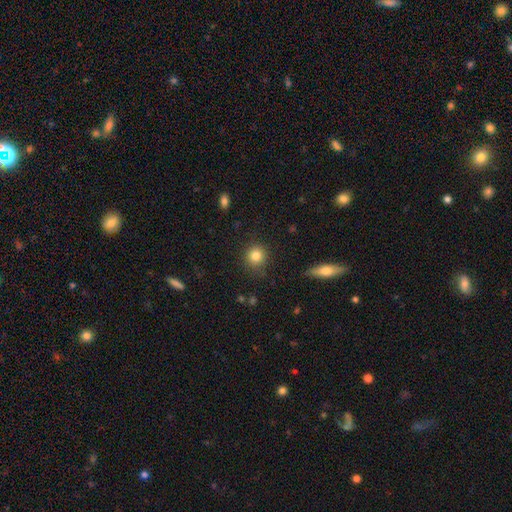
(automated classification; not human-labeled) Q: Smooth or featured?
A: smooth (84%); runner-up: star or artifact (10%)
Q: How rounded?
A: round (91%); runner-up: in between (8%)
Q: Merging?
A: none (86%); runner-up: minor disturbance (9%)